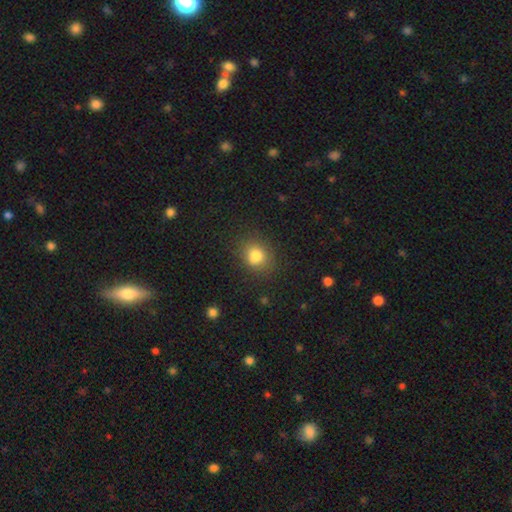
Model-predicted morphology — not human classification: smooth_or_featured: smooth (p=0.82) [alt: star or artifact p=0.11]
how_rounded: round (p=0.61) [alt: in between p=0.38]
merging: none (p=0.77) [alt: minor disturbance p=0.16]